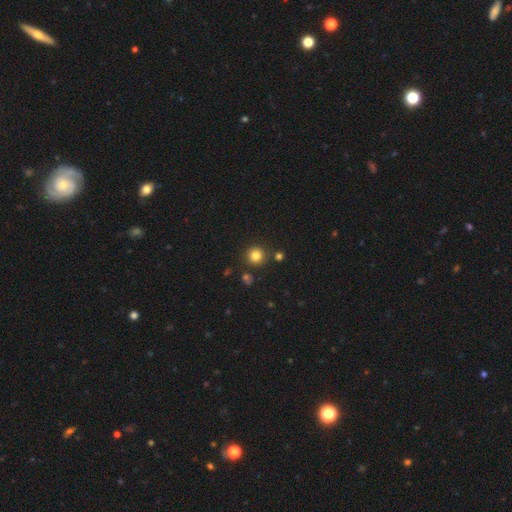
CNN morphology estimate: A smooth galaxy with no disk features (81%) that is round (94%).

Vote fractions:
- Smooth or featured? smooth: 81% / star or artifact: 13% / featured or disk: 5%
- How rounded? round: 94% / in between: 5% / cigar-shaped: 1%
- Merging? none: 87% / minor disturbance: 6% / merger: 4% / major disturbance: 2%